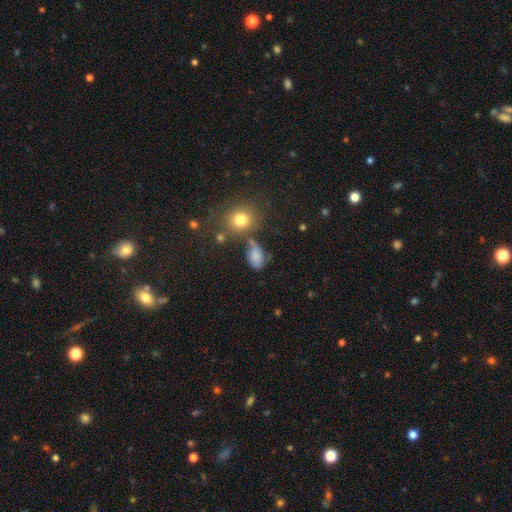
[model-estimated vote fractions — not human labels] A smooth galaxy with no disk features (77%) that is in between round and cigar-shaped (82%).

Vote fractions:
- Smooth or featured? smooth: 77% / star or artifact: 12% / featured or disk: 11%
- How rounded? in between: 82% / round: 15% / cigar-shaped: 3%
- Merging? none: 49% / minor disturbance: 27% / major disturbance: 12% / merger: 12%